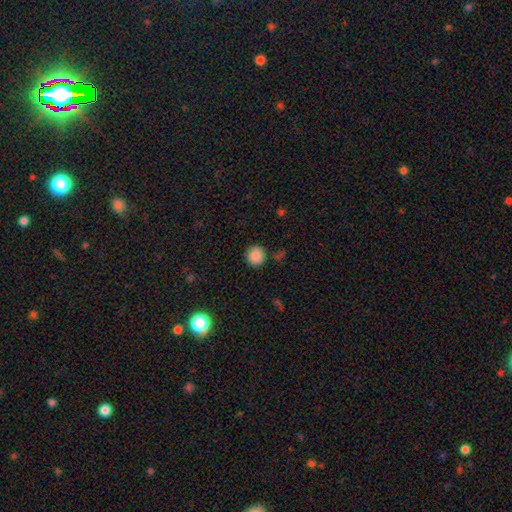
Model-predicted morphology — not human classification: smooth_or_featured: smooth (p=0.87) [alt: star or artifact p=0.10]
how_rounded: round (p=0.91) [alt: in between p=0.08]
merging: none (p=0.86) [alt: minor disturbance p=0.09]